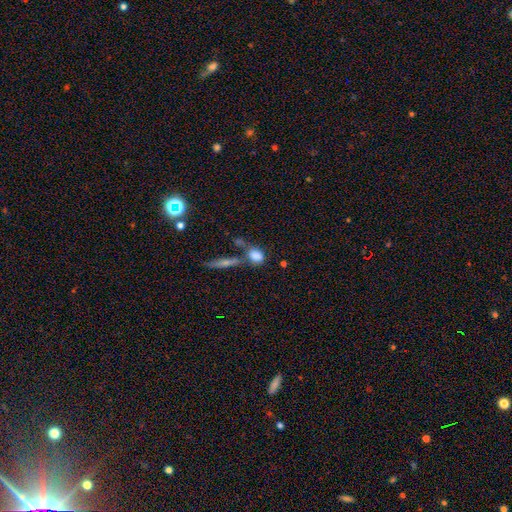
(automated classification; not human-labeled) This is clearly a smooth galaxy (80%). How rounded: possibly in between (56%). Merging: marginally none (43%).